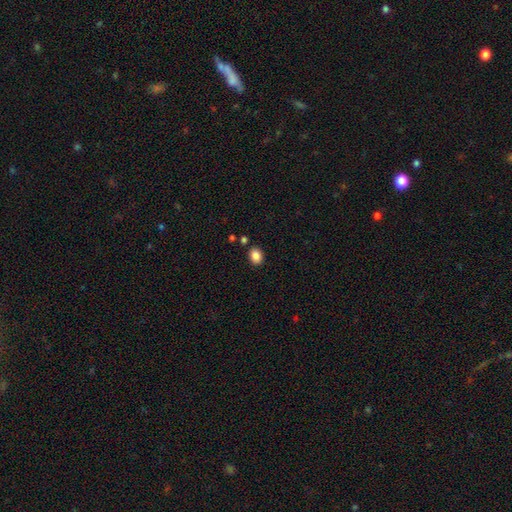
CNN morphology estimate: Smooth or featured: smooth — 87% (star or artifact — 9%)
How rounded: in between — 67% (round — 32%)
Merging: none — 84% (minor disturbance — 9%)